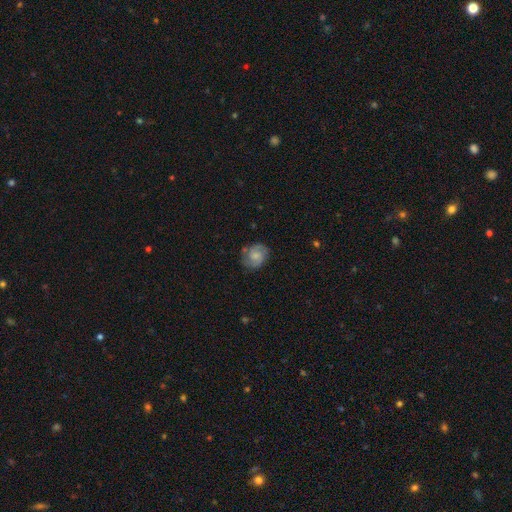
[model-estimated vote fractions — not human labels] A featured or disk galaxy (68%) with no bar (57%), 2 (86%) medium (46%) spiral arms (94%) and a small central bulge (44%). Merging: none (80%).